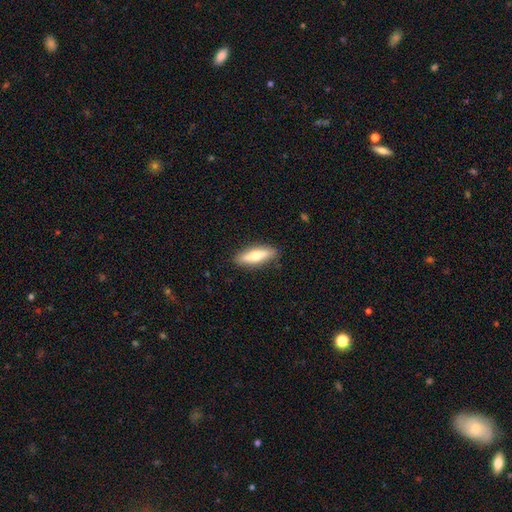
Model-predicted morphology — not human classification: A smooth galaxy with no disk features (61%) that is cigar-shaped (53%). Merging: none (88%).